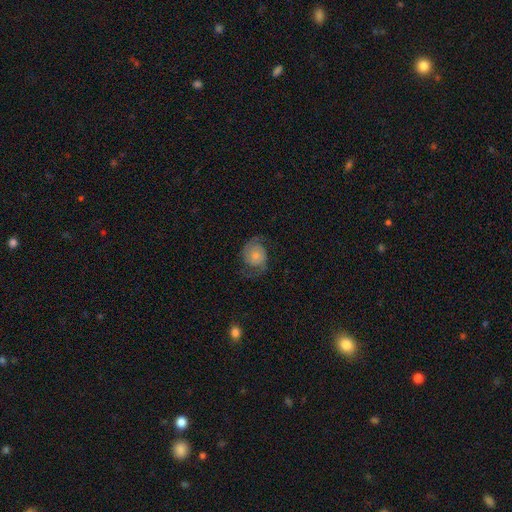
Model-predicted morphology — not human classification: Smooth or featured?
  - featured or disk: 77% *
  - smooth: 16%
  - star or artifact: 7%
Edge-on disk?
  - no: 98% *
  - yes: 2%
Bar?
  - no: 77% *
  - weak: 19%
  - strong: 4%
Spiral arms?
  - yes: 95% *
  - no: 5%
Spiral winding?
  - medium: 47% *
  - loose: 32%
  - tight: 22%
Spiral arm count?
  - 2: 92% *
  - can't tell: 3%
  - 1: 2%
  - 3: 1%
  - 4: 1%
  - more than 4: 1%
Bulge size?
  - small: 59% *
  - moderate: 22%
  - none: 10%
  - large: 5%
  - dominant: 4%
Merging?
  - none: 71% *
  - minor disturbance: 16%
  - major disturbance: 11%
  - merger: 1%